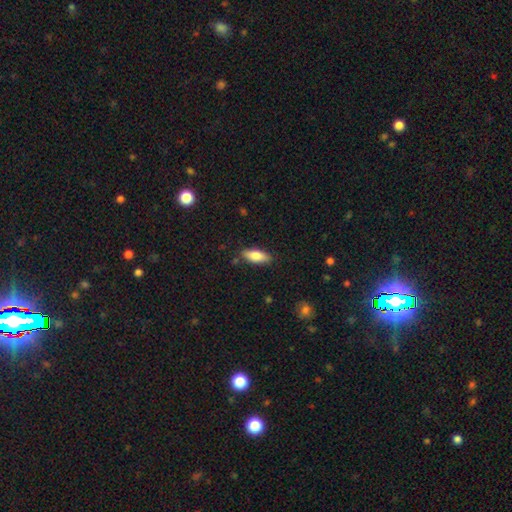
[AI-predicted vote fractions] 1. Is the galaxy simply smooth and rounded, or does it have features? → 81% smooth, 13% featured or disk, 6% star or artifact.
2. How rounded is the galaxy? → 79% in between, 19% cigar-shaped, 2% round.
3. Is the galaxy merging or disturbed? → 84% none, 12% minor disturbance, 2% major disturbance, 2% merger.